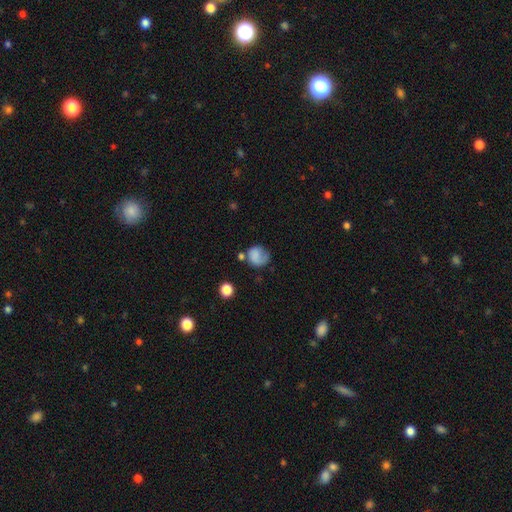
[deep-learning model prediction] A smooth galaxy with no disk features (71%) that is round (74%). Merging: none (45%).